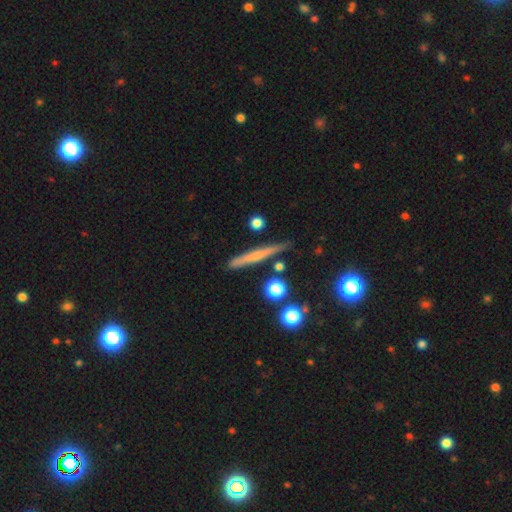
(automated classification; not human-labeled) Morphology: type=smooth (50%); merging=none (85%).